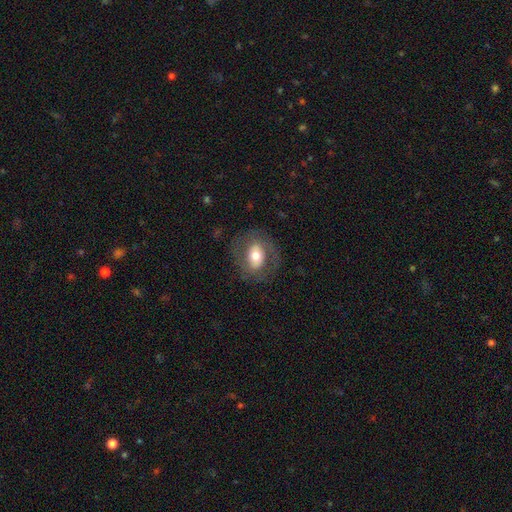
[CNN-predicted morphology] smooth_or_featured: smooth (p=0.50) [alt: featured or disk p=0.42]
how_rounded: in between (p=0.62) [alt: round p=0.36]
merging: none (p=0.74) [alt: minor disturbance p=0.14]